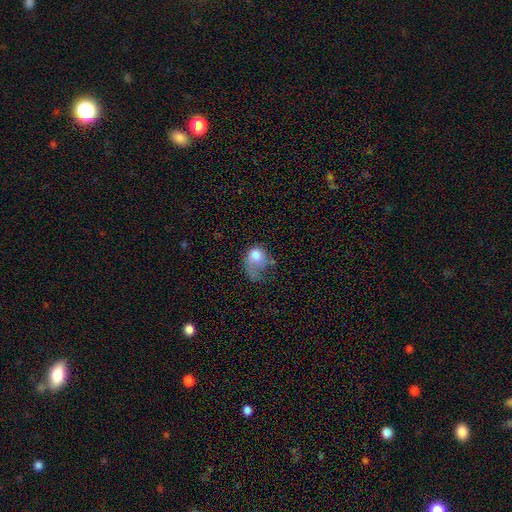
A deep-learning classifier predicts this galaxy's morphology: Overall: smooth (67%). How rounded: in between (54%; round 45%). Merging: major disturbance (53%; minor disturbance 24%).